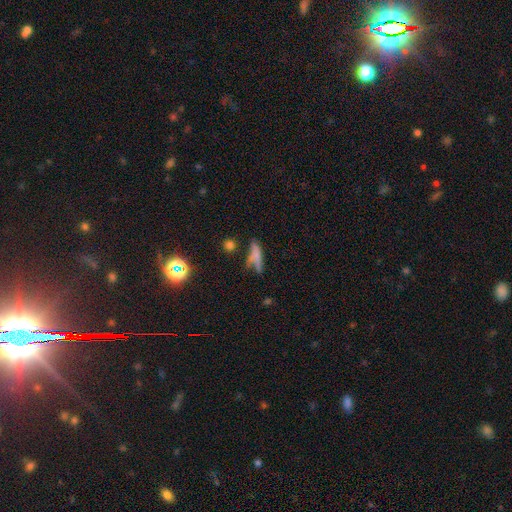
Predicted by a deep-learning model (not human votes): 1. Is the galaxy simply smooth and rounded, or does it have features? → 63% smooth, 23% featured or disk, 13% star or artifact.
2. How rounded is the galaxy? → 69% cigar-shaped, 26% in between, 5% round.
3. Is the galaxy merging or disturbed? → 48% none, 22% minor disturbance, 15% major disturbance, 14% merger.